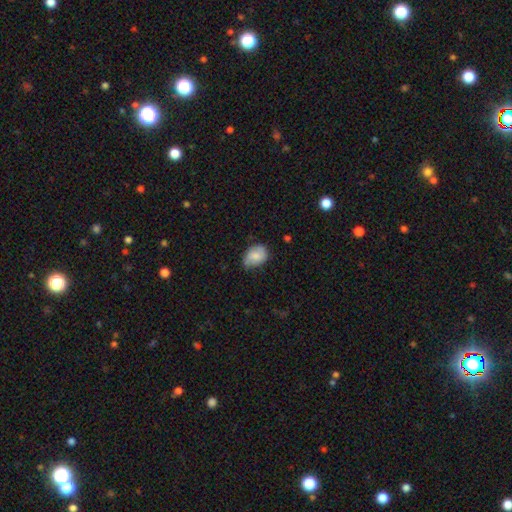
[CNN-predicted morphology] smooth-or-featured: smooth: 70% | featured or disk: 22% | star or artifact: 8%
  how-rounded: in between: 73% | round: 26% | cigar-shaped: 1%
  merging: none: 56% | minor disturbance: 35% | major disturbance: 7% | merger: 2%